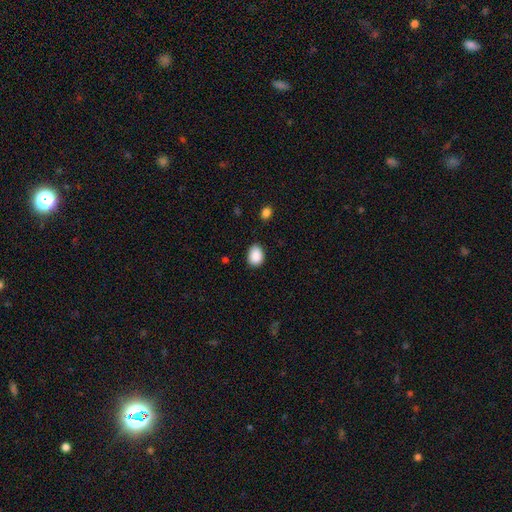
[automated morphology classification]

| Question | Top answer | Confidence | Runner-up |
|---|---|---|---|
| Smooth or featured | smooth | 89% | star or artifact (8%) |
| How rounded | in between | 68% | round (31%) |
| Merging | none | 80% | minor disturbance (16%) |